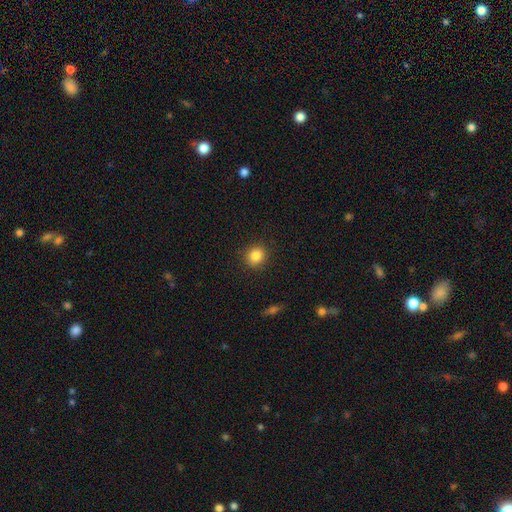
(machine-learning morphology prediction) Smooth or featured?
  - smooth: 84% *
  - star or artifact: 10%
  - featured or disk: 5%
How rounded?
  - round: 86% *
  - in between: 13%
  - cigar-shaped: 1%
Merging?
  - none: 90% *
  - minor disturbance: 7%
  - major disturbance: 2%
  - merger: 1%